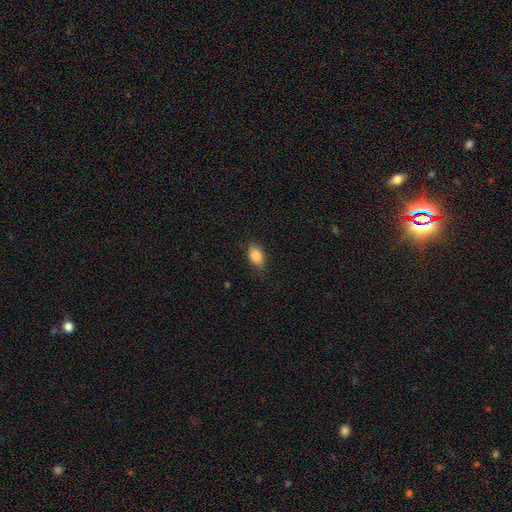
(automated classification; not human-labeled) This appears to be a smooth galaxy with no disk features (87%) that is in between round and cigar-shaped (85%). Merging: none (79%).